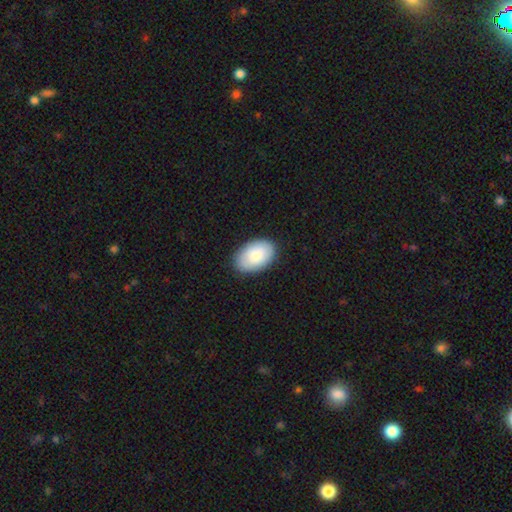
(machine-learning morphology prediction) Smooth or featured?
  - smooth: 85% *
  - featured or disk: 10%
  - star or artifact: 6%
How rounded?
  - in between: 92% *
  - round: 7%
  - cigar-shaped: 1%
Merging?
  - none: 87% *
  - minor disturbance: 10%
  - major disturbance: 2%
  - merger: 1%